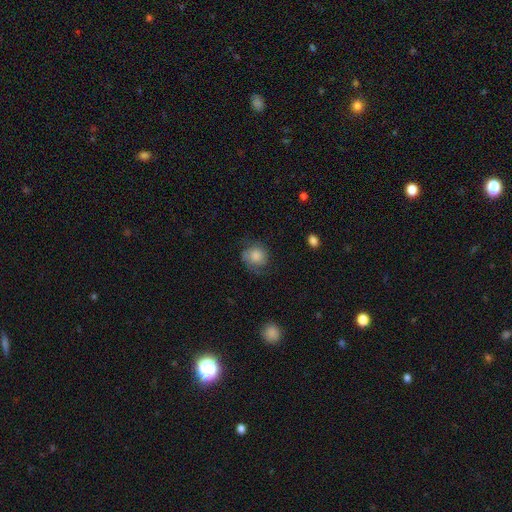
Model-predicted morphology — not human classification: Overall: smooth (68%). How rounded: round (79%). Merging: none (59%; minor disturbance 26%).